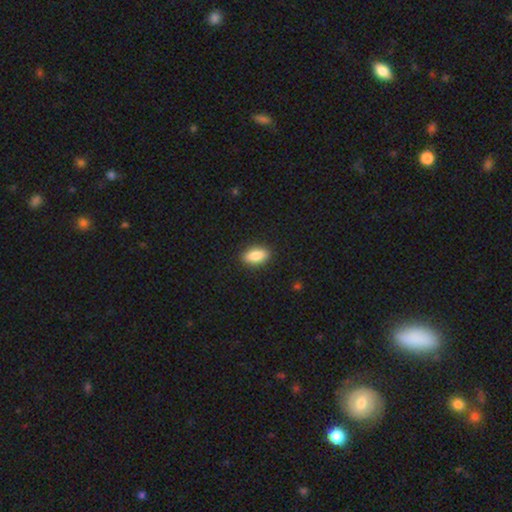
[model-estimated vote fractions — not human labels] A smooth galaxy with no disk features (86%) that is in between round and cigar-shaped (87%). Merging: none (89%).